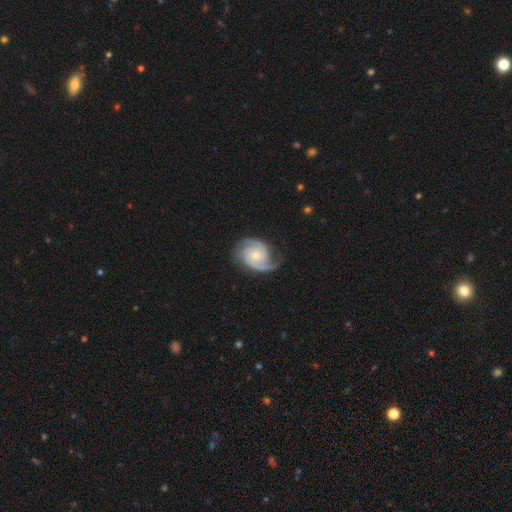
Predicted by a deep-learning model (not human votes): smooth_or_featured: featured or disk (p=0.91) [alt: smooth p=0.05]
disk_edge_on: no (p=0.98) [alt: yes p=0.02]
bar: no (p=0.67) [alt: weak p=0.27]
has_spiral_arms: yes (p=0.98) [alt: no p=0.02]
spiral_winding: tight (p=0.47) [alt: medium p=0.45]
spiral_arm_count: 2 (p=0.62) [alt: 3 p=0.25]
bulge_size: moderate (p=0.46) [tied with: small p=0.46]
merging: none (p=0.75) [alt: minor disturbance p=0.17]